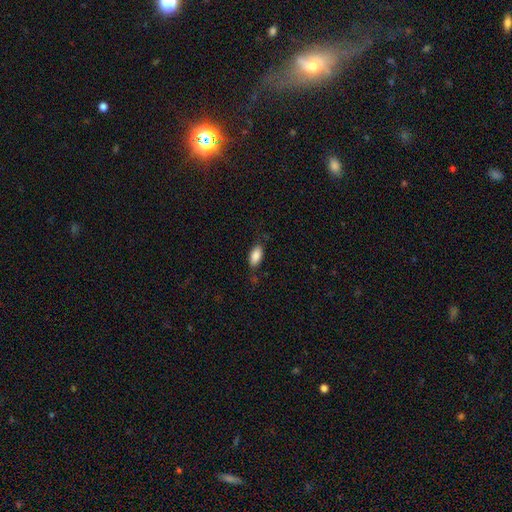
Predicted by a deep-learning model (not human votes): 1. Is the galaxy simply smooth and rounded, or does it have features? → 87% smooth, 7% star or artifact, 6% featured or disk.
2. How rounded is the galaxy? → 91% in between, 7% cigar-shaped, 2% round.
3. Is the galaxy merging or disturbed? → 78% none, 16% minor disturbance, 4% major disturbance, 2% merger.